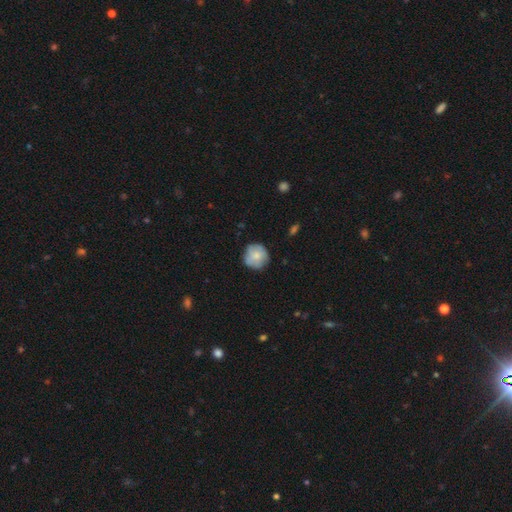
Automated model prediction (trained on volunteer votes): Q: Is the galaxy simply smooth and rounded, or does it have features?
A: smooth — 69%.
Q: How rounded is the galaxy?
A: round — 93%.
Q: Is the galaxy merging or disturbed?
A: none — 79%.